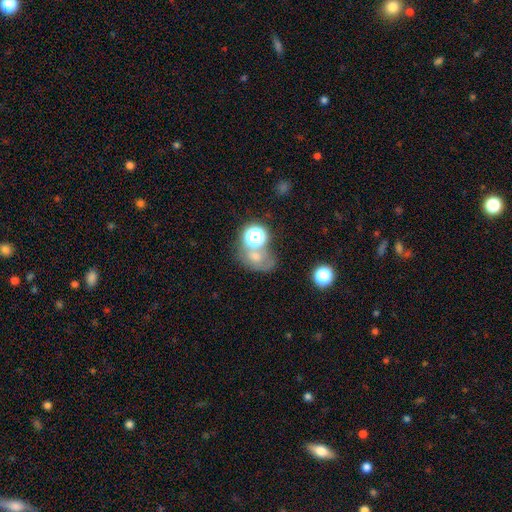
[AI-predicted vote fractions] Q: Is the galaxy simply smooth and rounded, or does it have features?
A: smooth — 53%.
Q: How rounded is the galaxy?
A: in between — 52%.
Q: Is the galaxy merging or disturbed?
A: none — 37%.